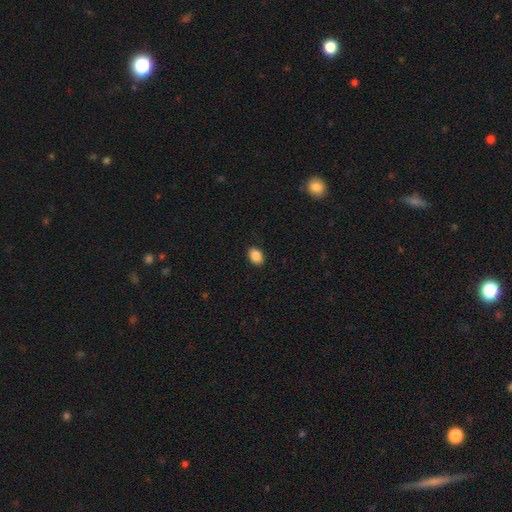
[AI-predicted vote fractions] Smooth or featured? smooth (88%)
How rounded? in between (81%)
Merging? none (90%)